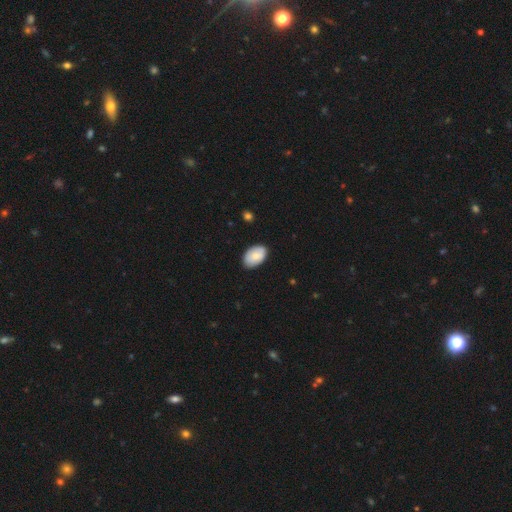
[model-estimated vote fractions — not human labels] Morphology: type=smooth (81%); roundness=in between (92%); merging=none (85%).